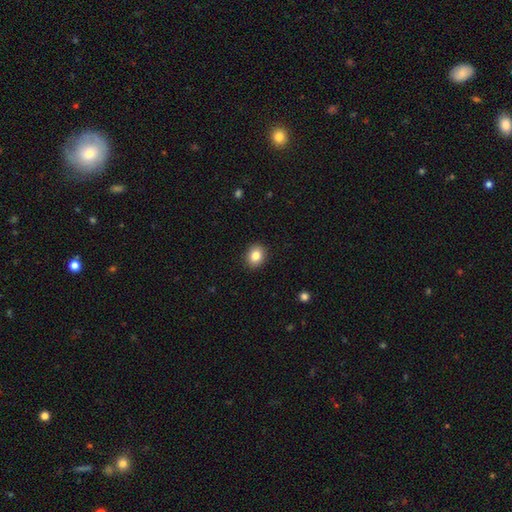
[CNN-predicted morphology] smooth-or-featured: smooth: 84% | star or artifact: 9% | featured or disk: 6%
  how-rounded: round: 61% | in between: 39% | cigar-shaped: 1%
  merging: none: 91% | minor disturbance: 6% | major disturbance: 2% | merger: 1%